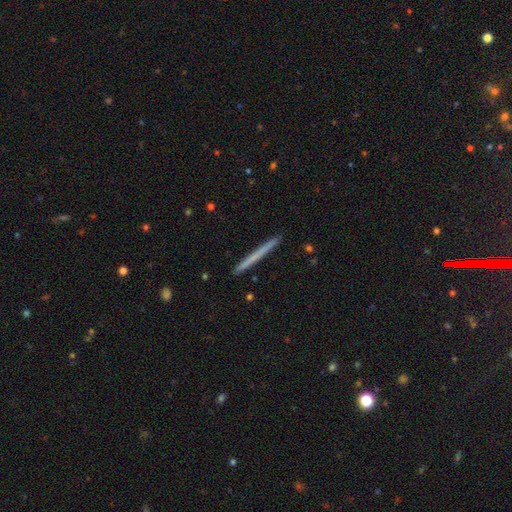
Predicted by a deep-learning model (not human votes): This appears to be a smooth galaxy with no disk features (57%) that is cigar-shaped (97%). Merging: none (92%).